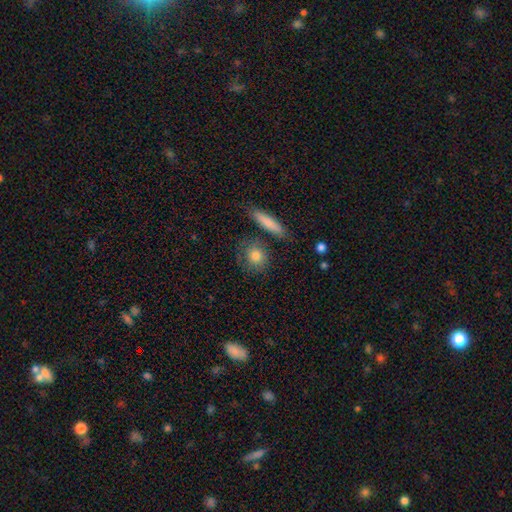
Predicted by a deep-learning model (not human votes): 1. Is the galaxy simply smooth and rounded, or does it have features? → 81% smooth, 12% featured or disk, 8% star or artifact.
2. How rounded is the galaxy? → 69% round, 24% in between, 7% cigar-shaped.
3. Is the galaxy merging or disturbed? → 76% none, 12% minor disturbance, 7% merger, 4% major disturbance.